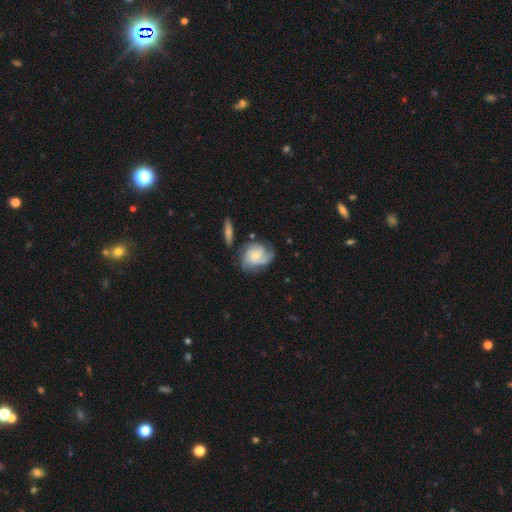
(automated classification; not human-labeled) Smooth or featured? Predicted: featured or disk (p=0.69). Edge-on disk? Predicted: no (p=0.97). Bar? Predicted: no (p=0.71). Spiral arms? Predicted: yes (p=0.92). Spiral winding? Predicted: tight (p=0.42). Spiral arm count? Predicted: 2 (p=0.31). Bulge size? Predicted: small (p=0.59). Merging? Predicted: none (p=0.59).